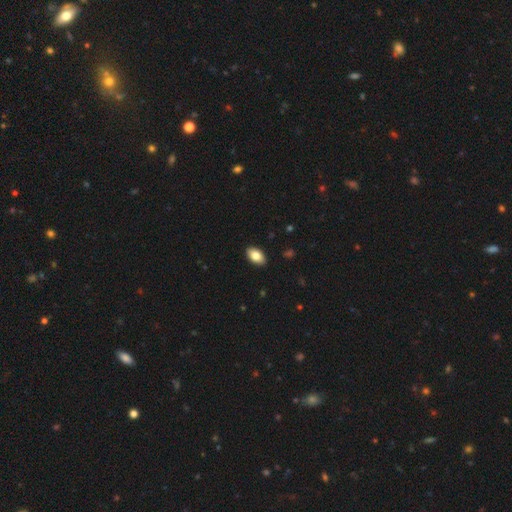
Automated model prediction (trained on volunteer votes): Morphology: type=smooth (84%); roundness=in between (93%); merging=none (90%).